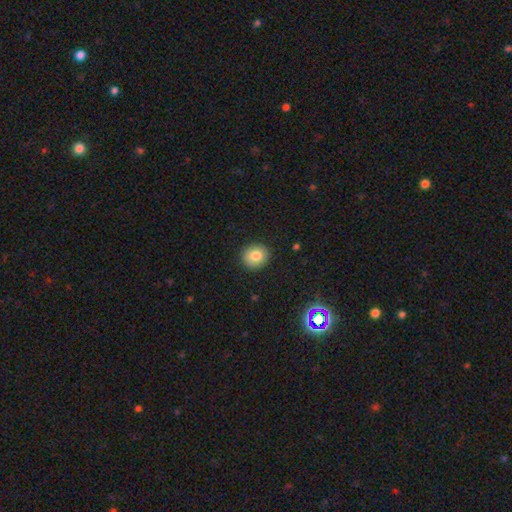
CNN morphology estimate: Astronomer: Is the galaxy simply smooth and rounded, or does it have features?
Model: smooth — 81%.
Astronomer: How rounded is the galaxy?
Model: round — 86%.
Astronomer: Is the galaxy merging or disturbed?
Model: none — 90%.